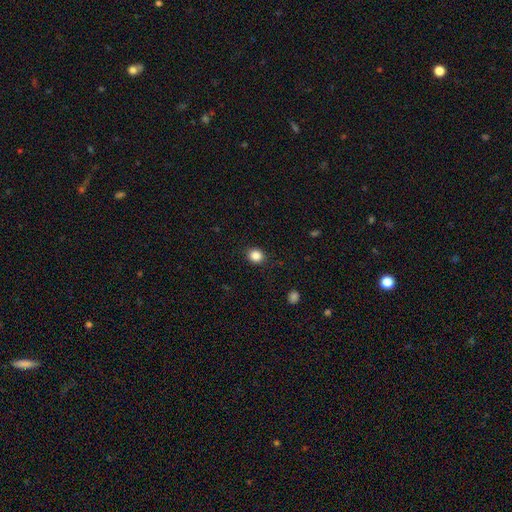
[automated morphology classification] Smooth or featured?
  - smooth: 86% *
  - star or artifact: 10%
  - featured or disk: 4%
How rounded?
  - round: 80% *
  - in between: 19%
  - cigar-shaped: 1%
Merging?
  - none: 89% *
  - minor disturbance: 8%
  - major disturbance: 3%
  - merger: 1%